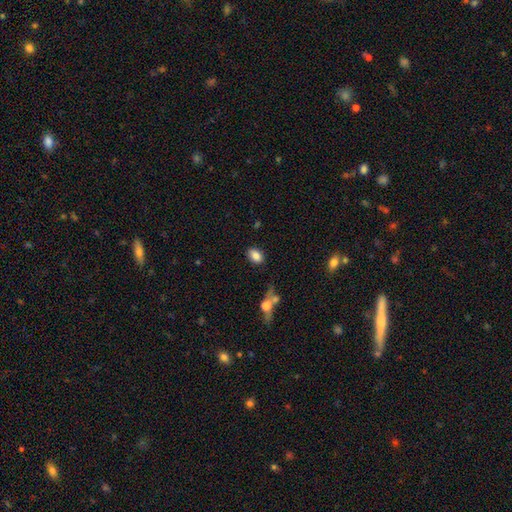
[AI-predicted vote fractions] smooth_or_featured: smooth (p=0.84) [alt: featured or disk p=0.08]
how_rounded: in between (p=0.84) [alt: round p=0.14]
merging: none (p=0.80) [alt: minor disturbance p=0.13]